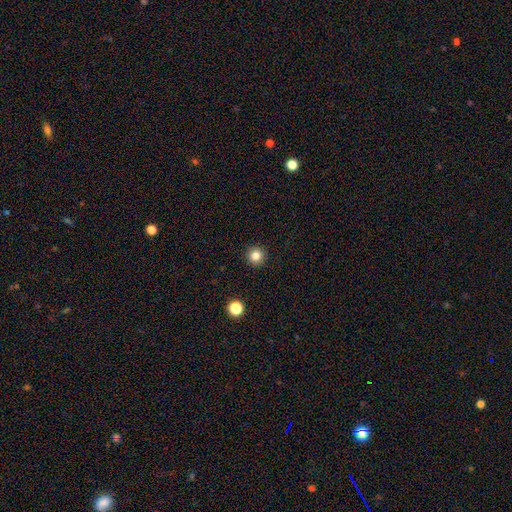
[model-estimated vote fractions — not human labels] A smooth galaxy with no disk features (82%) that is round (96%).

Vote fractions:
- Smooth or featured? smooth: 82% / star or artifact: 12% / featured or disk: 5%
- How rounded? round: 96% / in between: 3% / cigar-shaped: 1%
- Merging? none: 93% / minor disturbance: 4% / major disturbance: 2% / merger: 1%